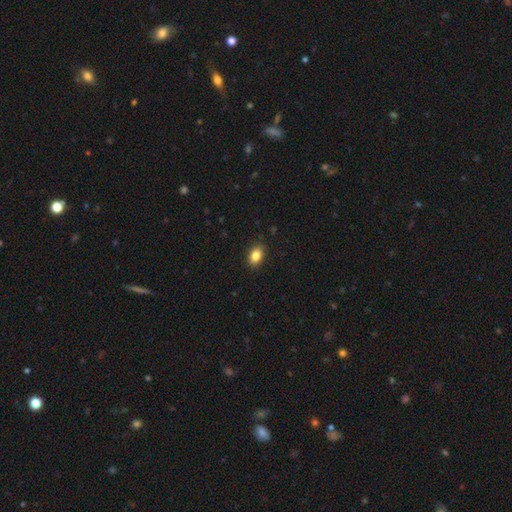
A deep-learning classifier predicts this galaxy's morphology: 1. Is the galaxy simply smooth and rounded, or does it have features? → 85% smooth, 9% star or artifact, 6% featured or disk.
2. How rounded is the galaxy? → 82% in between, 17% round, 1% cigar-shaped.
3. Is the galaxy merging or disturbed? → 88% none, 9% minor disturbance, 2% major disturbance, 1% merger.